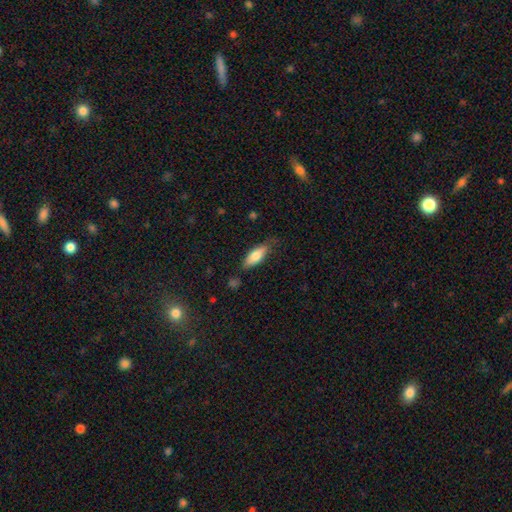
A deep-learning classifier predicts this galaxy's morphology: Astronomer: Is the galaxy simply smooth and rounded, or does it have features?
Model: smooth — 76%.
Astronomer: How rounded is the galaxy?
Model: in between — 69%.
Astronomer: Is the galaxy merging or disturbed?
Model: none — 71%.